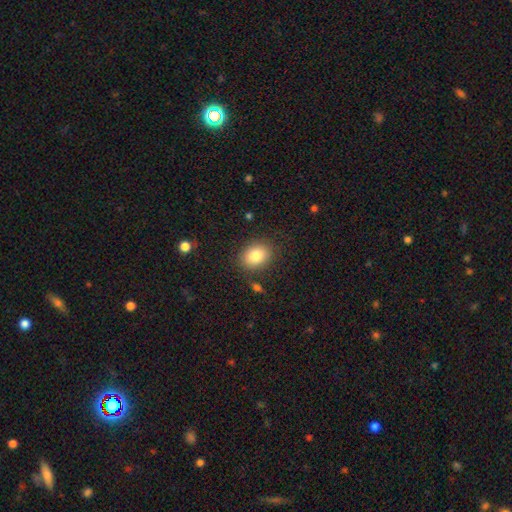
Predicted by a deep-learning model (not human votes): This is clearly a smooth galaxy (82%). How rounded: possibly in between (59%). Merging: clearly none (84%).